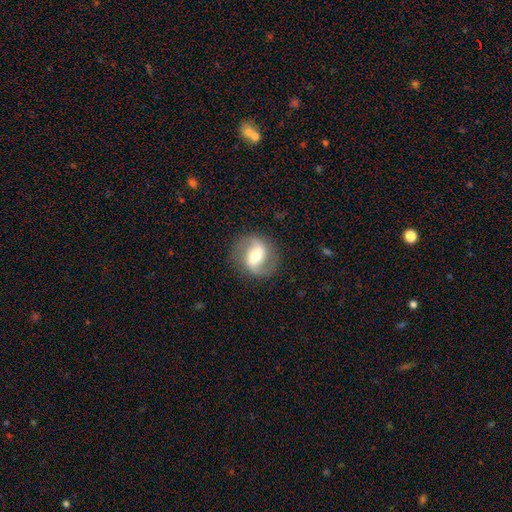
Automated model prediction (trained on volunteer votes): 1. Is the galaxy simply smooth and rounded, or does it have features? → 76% featured or disk, 17% smooth, 6% star or artifact.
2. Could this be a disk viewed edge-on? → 96% no, 4% yes.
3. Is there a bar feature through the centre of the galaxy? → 41% strong, 38% weak, 21% no.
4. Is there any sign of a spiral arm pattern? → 88% yes, 12% no.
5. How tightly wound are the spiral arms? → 44% medium, 40% loose, 15% tight.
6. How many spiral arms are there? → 90% 2, 4% can't tell, 3% 1, 1% 3, 1% 4, 1% more than 4.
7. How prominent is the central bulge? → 60% moderate, 23% small, 13% large, 2% dominant, 1% none.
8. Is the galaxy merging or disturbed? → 83% none, 10% minor disturbance, 5% major disturbance, 1% merger.